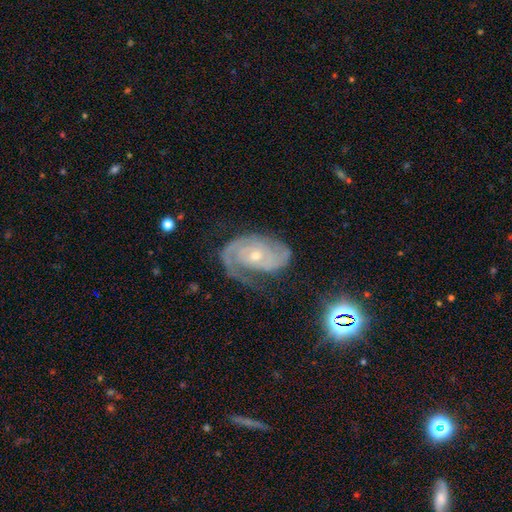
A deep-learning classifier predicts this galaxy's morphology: featured or disk 87%, smooth 7%, star or artifact 6%. Down the decision tree: edge-on disk — no (97%); bar — no (73%); spiral arms — yes (96%); spiral arm count — 2 (64%); spiral winding — tight (57%); bulge size — small (63%); merging — none (62%).